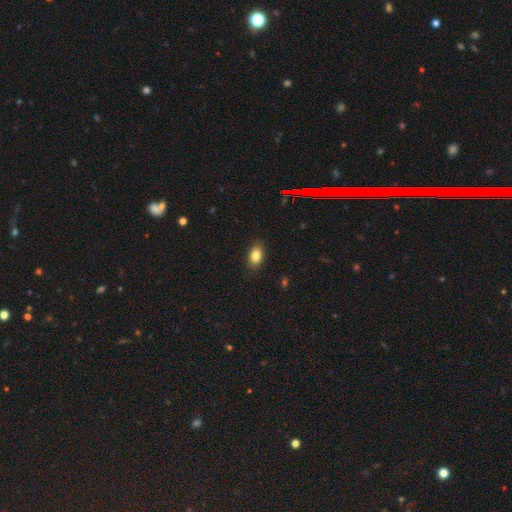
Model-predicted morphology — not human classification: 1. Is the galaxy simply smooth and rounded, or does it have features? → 83% smooth, 10% star or artifact, 7% featured or disk.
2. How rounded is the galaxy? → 87% in between, 10% round, 3% cigar-shaped.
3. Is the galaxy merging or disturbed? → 87% none, 10% minor disturbance, 2% major disturbance, 1% merger.